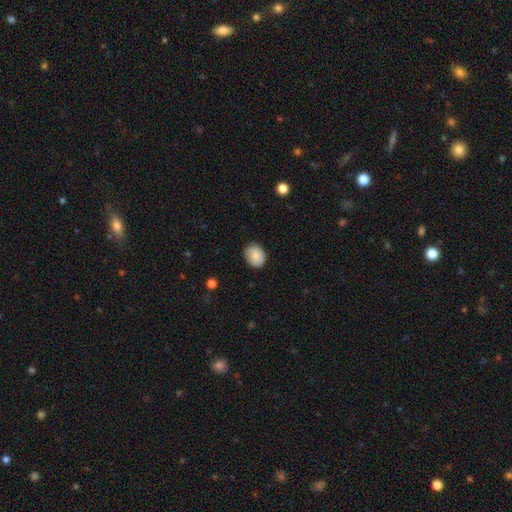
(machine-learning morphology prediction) This appears to be a smooth galaxy with no disk features (84%) that is round (54%). Merging: none (79%).